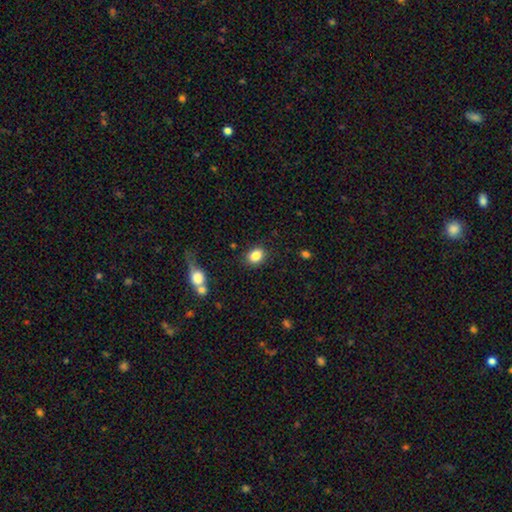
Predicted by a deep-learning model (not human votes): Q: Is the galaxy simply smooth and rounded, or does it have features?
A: smooth — 85%.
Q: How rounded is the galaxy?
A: in between — 57%.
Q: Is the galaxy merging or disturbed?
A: none — 86%.